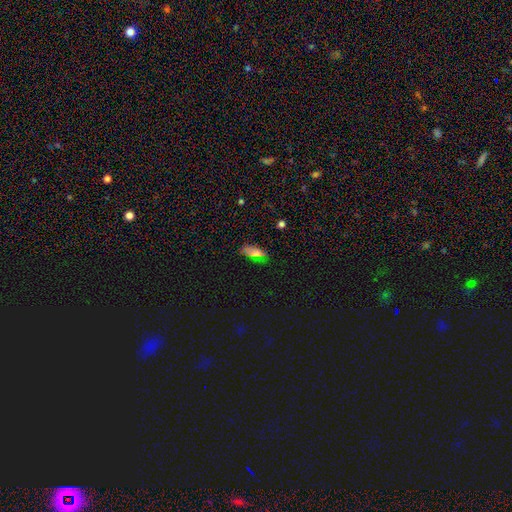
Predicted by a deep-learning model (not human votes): smooth 59%, star or artifact 27%, featured or disk 15%. Down the decision tree: how rounded — in between (80%); merging — none (79%).